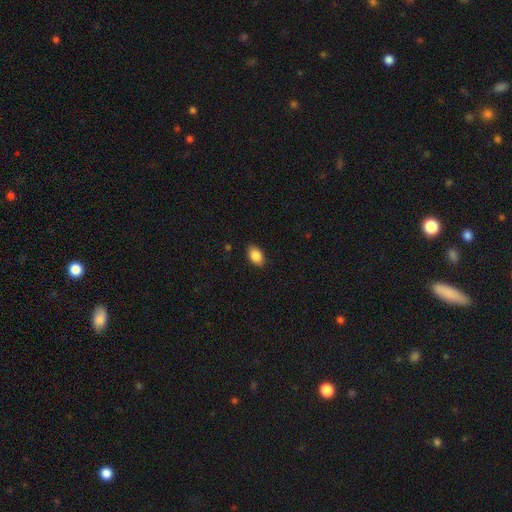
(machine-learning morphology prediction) Smooth or featured?
  - smooth: 88% *
  - star or artifact: 7%
  - featured or disk: 4%
How rounded?
  - in between: 90% *
  - round: 9%
  - cigar-shaped: 1%
Merging?
  - none: 87% *
  - minor disturbance: 10%
  - major disturbance: 2%
  - merger: 1%